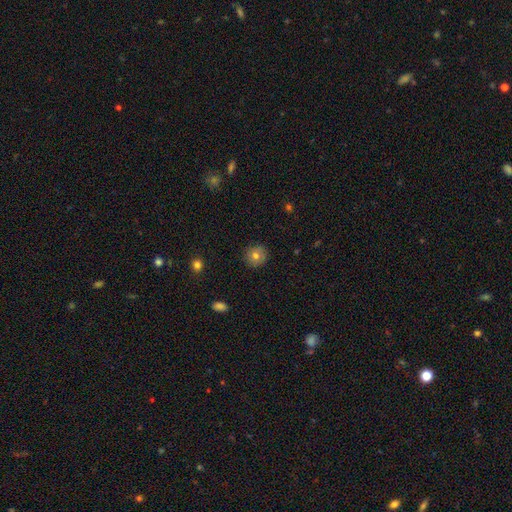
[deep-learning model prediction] This appears to be a smooth galaxy with no disk features (75%) that is round (92%). Merging: none (89%).